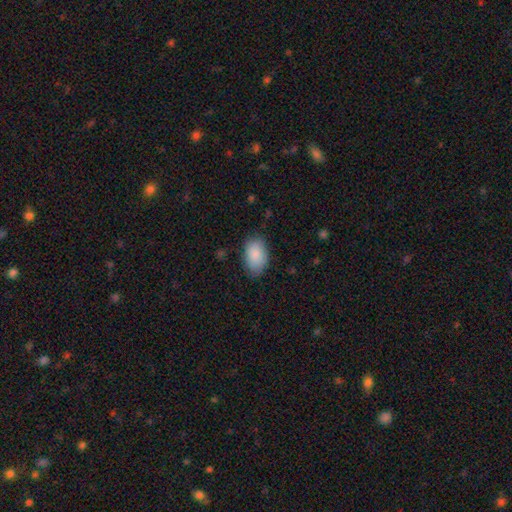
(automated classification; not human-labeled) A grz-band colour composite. It shows a smooth galaxy with no disk features (88%) that is in between round and cigar-shaped (92%). Merging: none (78%).